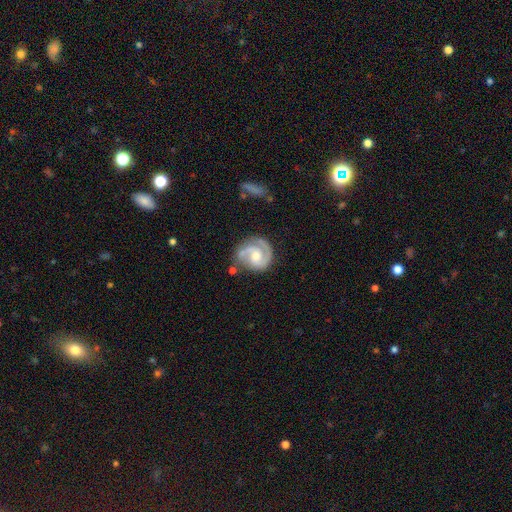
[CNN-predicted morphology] Q: Smooth or featured?
A: featured or disk (88%); runner-up: smooth (7%)
Q: Edge-on disk?
A: no (98%); runner-up: yes (2%)
Q: Bar?
A: no (58%); runner-up: weak (35%)
Q: Spiral arms?
A: yes (97%); runner-up: no (3%)
Q: Spiral winding?
A: tight (46%); runner-up: medium (45%)
Q: Spiral arm count?
A: 2 (80%); runner-up: 3 (7%)
Q: Bulge size?
A: moderate (59%); runner-up: small (35%)
Q: Merging?
A: none (69%); runner-up: minor disturbance (20%)